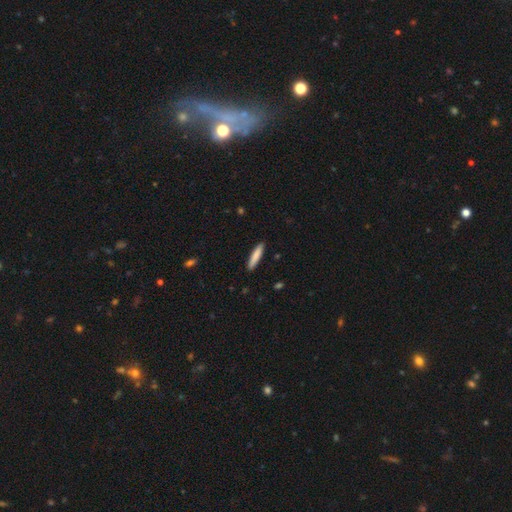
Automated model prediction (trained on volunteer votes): This is clearly a smooth galaxy (84%). How rounded: clearly cigar-shaped (88%). Merging: clearly none (90%).